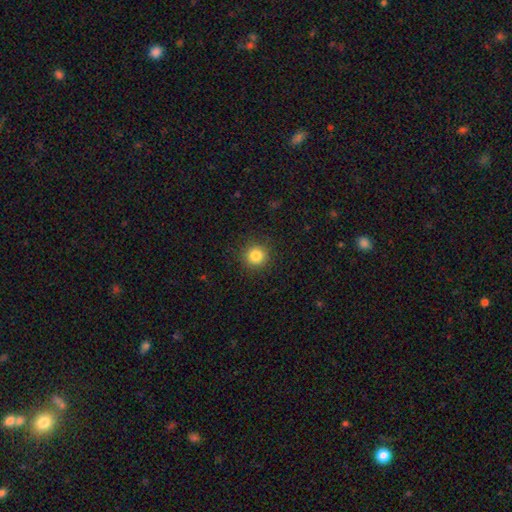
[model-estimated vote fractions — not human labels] This appears to be a smooth galaxy with no disk features (83%) that is round (94%). Merging: none (91%).